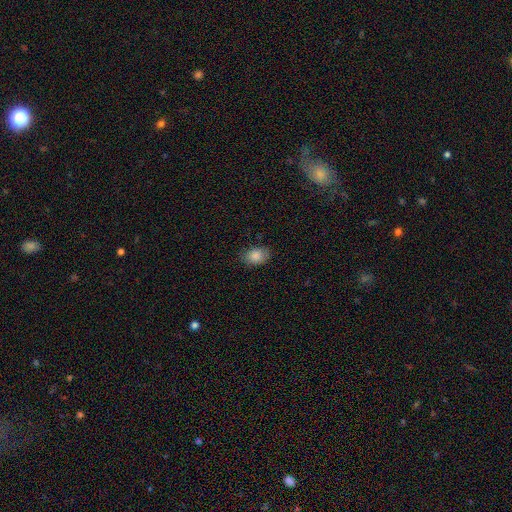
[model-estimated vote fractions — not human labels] Overall: smooth (86%). How rounded: in between (74%). Merging: none (80%).